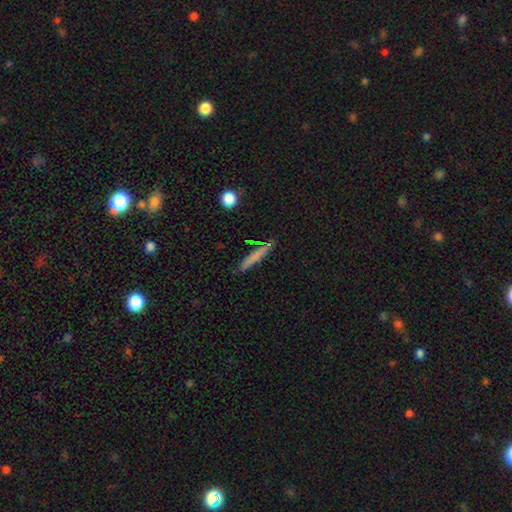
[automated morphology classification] smooth 69%, featured or disk 24%, star or artifact 7%. Down the decision tree: how rounded — cigar-shaped (95%); merging — none (85%).